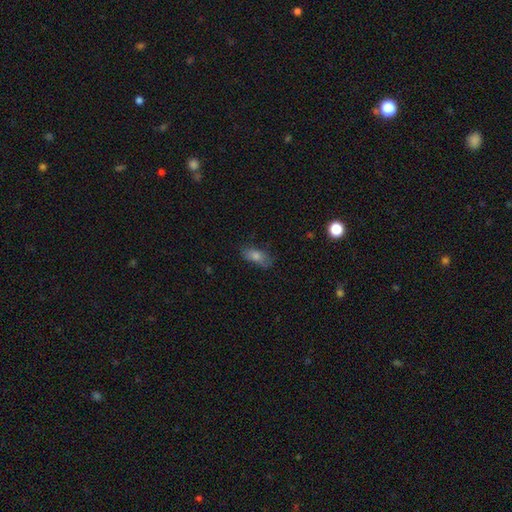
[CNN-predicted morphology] smooth 73%, featured or disk 16%, star or artifact 11%. Down the decision tree: how rounded — in between (80%); merging — none (77%).